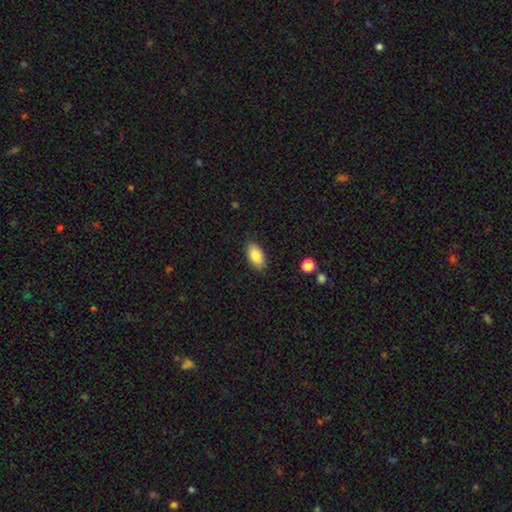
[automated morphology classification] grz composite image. It shows a smooth galaxy with no disk features (85%) that is in between round and cigar-shaped (93%). Merging: none (86%).